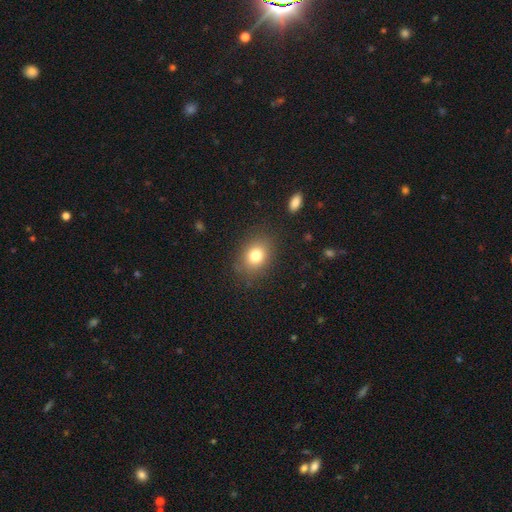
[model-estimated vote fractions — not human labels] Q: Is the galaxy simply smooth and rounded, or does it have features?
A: smooth — 79%.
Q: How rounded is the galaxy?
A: in between — 59%.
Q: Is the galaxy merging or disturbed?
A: none — 83%.